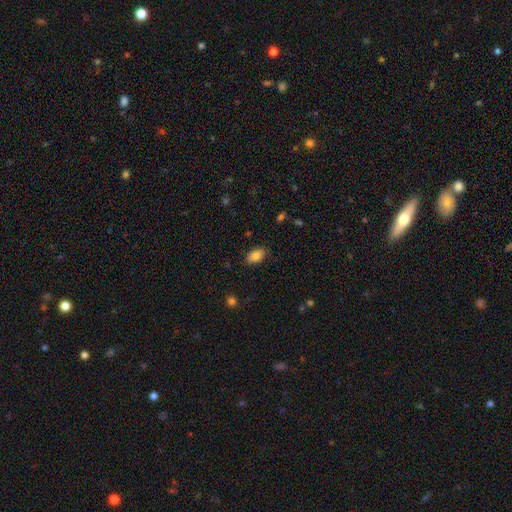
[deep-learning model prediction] smooth_or_featured: smooth (p=0.83) [alt: featured or disk p=0.09]
how_rounded: in between (p=0.91) [alt: round p=0.07]
merging: none (p=0.83) [alt: minor disturbance p=0.13]